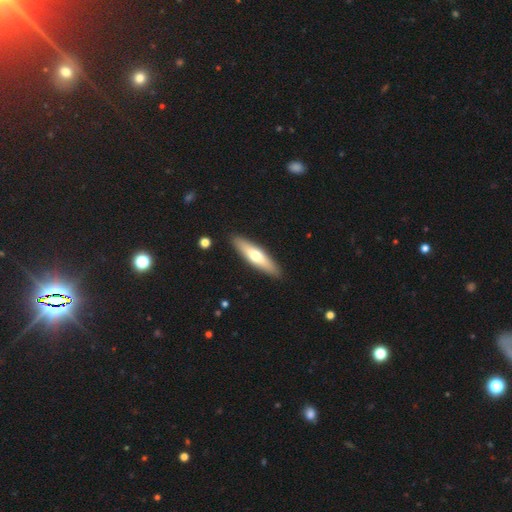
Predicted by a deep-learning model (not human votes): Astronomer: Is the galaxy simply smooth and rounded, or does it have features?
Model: smooth — 53% (runner-up: featured or disk, 42%).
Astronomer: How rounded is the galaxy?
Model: cigar-shaped — 73%.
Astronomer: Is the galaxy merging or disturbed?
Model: none — 90%.